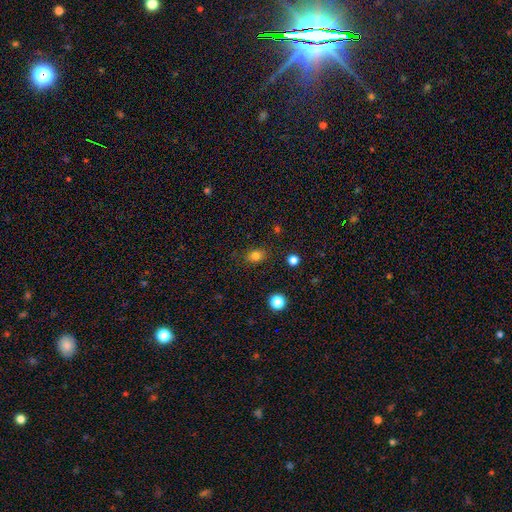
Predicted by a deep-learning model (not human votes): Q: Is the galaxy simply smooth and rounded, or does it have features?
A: smooth — 81%.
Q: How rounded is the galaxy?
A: in between — 56%.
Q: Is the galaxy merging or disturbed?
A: none — 84%.